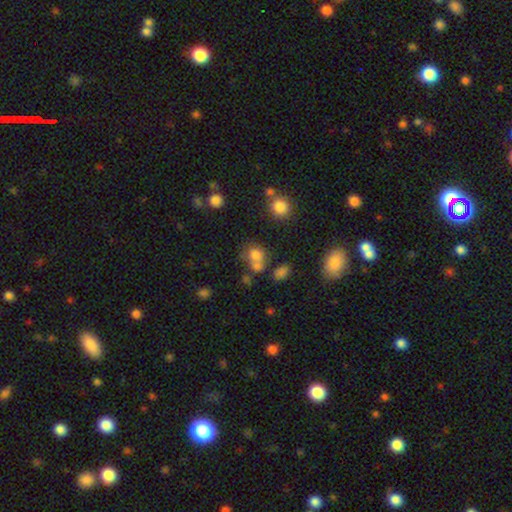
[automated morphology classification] type=smooth (71%); roundness=round (61%); merging=merger (40%).